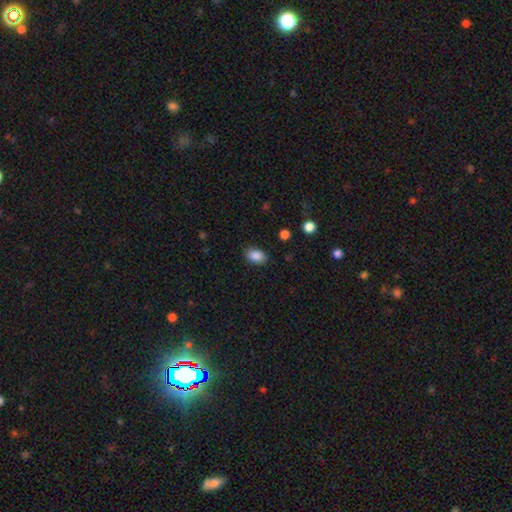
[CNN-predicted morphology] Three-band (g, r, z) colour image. It shows a smooth galaxy with no disk features (88%) that is in between round and cigar-shaped (86%). Merging: none (85%).